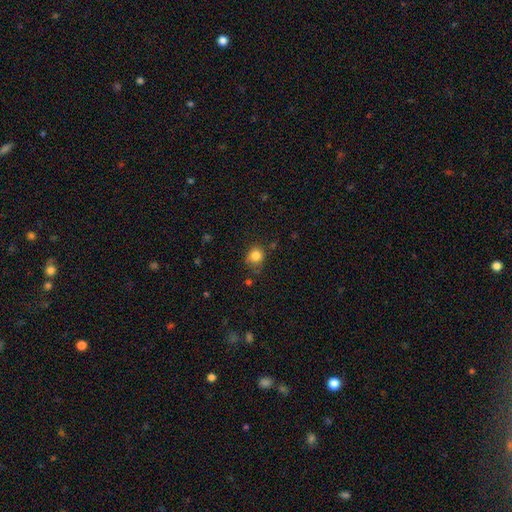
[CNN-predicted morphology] smooth 83%, star or artifact 11%, featured or disk 6%. Down the decision tree: how rounded — round (78%); merging — none (68%).